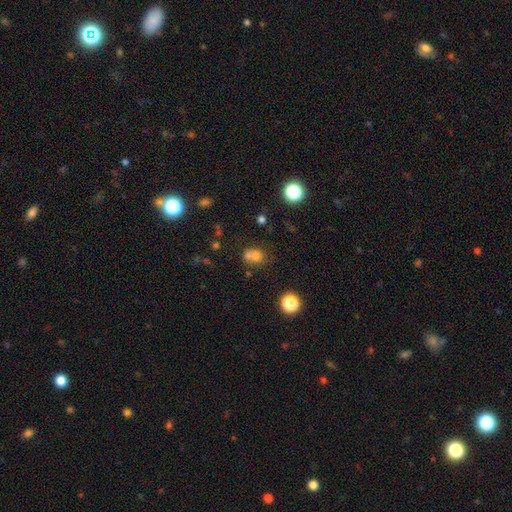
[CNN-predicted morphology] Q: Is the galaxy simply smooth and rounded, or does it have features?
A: smooth — 66%.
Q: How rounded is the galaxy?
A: round — 75%.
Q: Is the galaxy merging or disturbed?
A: merger — 49%.